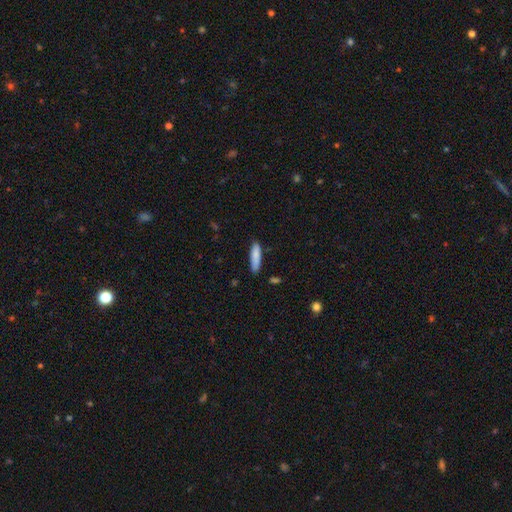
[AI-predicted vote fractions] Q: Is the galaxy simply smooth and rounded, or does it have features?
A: smooth — 84%.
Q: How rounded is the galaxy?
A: cigar-shaped — 67%.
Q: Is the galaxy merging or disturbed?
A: none — 79%.